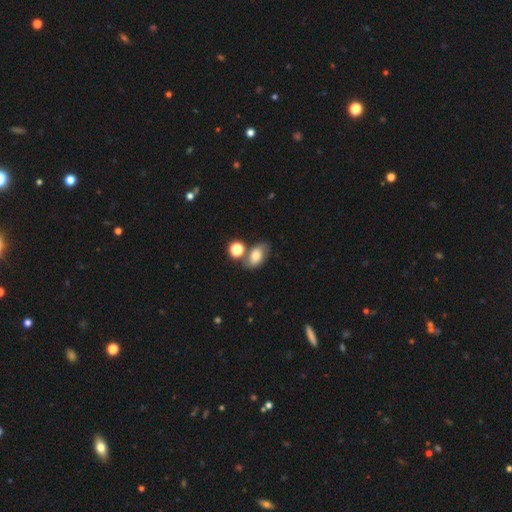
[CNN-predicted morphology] smooth 63%, featured or disk 26%, star or artifact 12%. Down the decision tree: how rounded — in between (81%); merging — none (57%).